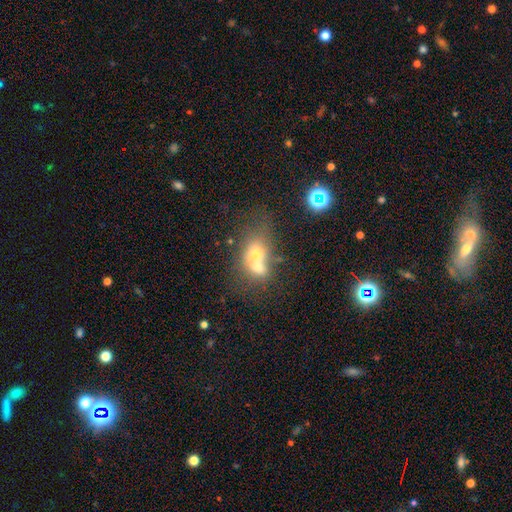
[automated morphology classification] A smooth galaxy with no disk features (57%) that is in between round and cigar-shaped (53%).

Vote fractions:
- Smooth or featured? smooth: 57% / featured or disk: 28% / star or artifact: 15%
- How rounded? in between: 53% / round: 45% / cigar-shaped: 2%
- Merging? merger: 67% / none: 19% / minor disturbance: 8% / major disturbance: 6%